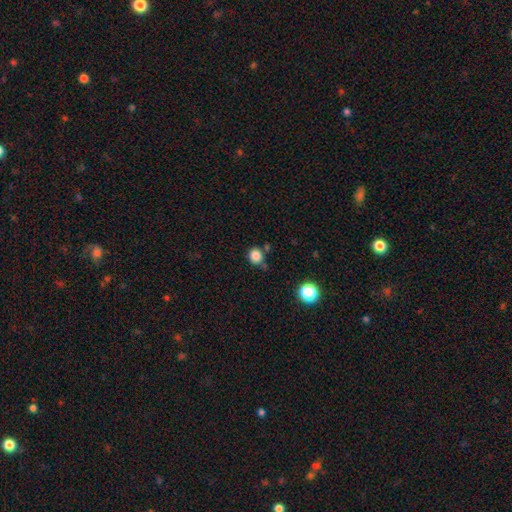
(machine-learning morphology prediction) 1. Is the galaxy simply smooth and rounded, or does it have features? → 84% smooth, 12% star or artifact, 4% featured or disk.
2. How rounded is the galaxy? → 86% round, 13% in between, 1% cigar-shaped.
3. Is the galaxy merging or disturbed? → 72% none, 15% minor disturbance, 9% merger, 4% major disturbance.